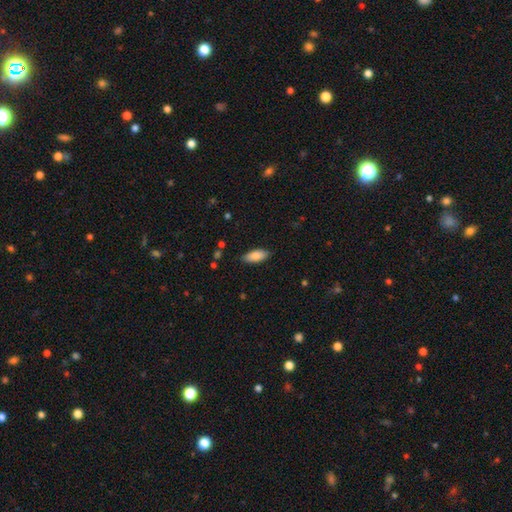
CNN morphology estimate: smooth 83%, featured or disk 11%, star or artifact 6%. Down the decision tree: how rounded — in between (84%); merging — none (85%).